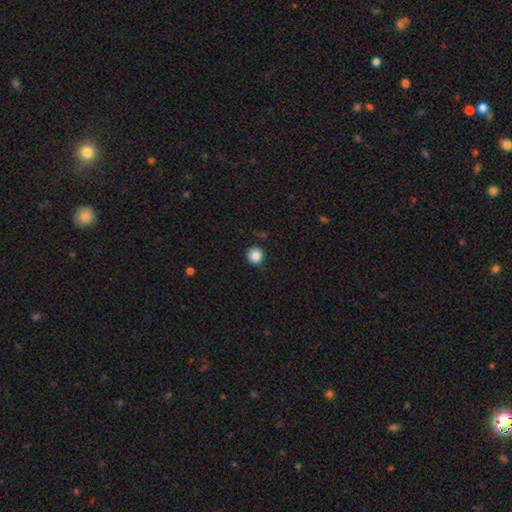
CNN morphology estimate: A smooth galaxy with no disk features (85%) that is round (94%).

Vote fractions:
- Smooth or featured? smooth: 85% / star or artifact: 10% / featured or disk: 5%
- How rounded? round: 94% / in between: 5% / cigar-shaped: 1%
- Merging? none: 86% / minor disturbance: 10% / major disturbance: 2% / merger: 2%